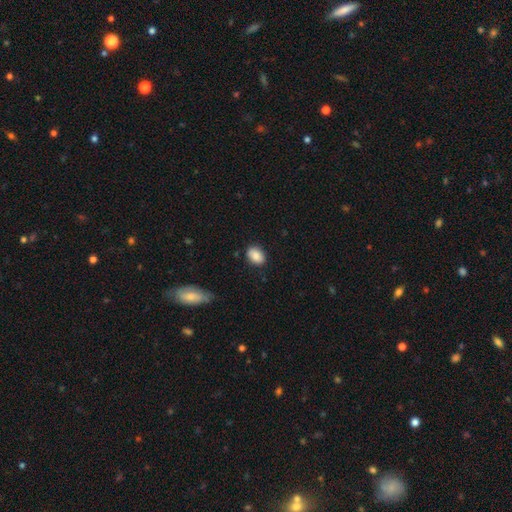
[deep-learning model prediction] smooth-or-featured: smooth: 86% | star or artifact: 8% | featured or disk: 7%
  how-rounded: in between: 79% | round: 20% | cigar-shaped: 1%
  merging: none: 83% | minor disturbance: 13% | major disturbance: 3% | merger: 1%